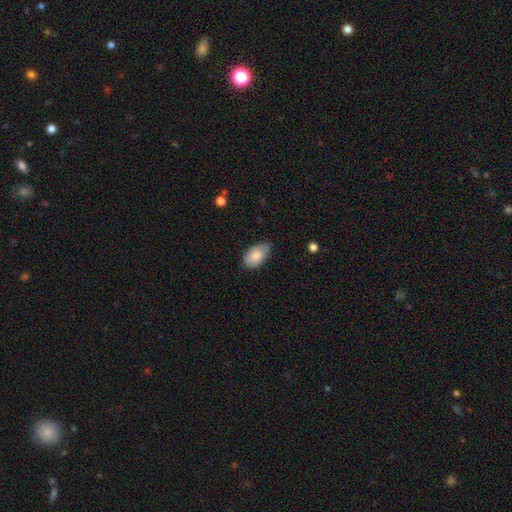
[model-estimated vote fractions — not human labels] A smooth galaxy with no disk features (83%) that is in between round and cigar-shaped (93%).

Vote fractions:
- Smooth or featured? smooth: 83% / featured or disk: 11% / star or artifact: 6%
- How rounded? in between: 93% / round: 5% / cigar-shaped: 1%
- Merging? none: 69% / minor disturbance: 26% / major disturbance: 4% / merger: 1%